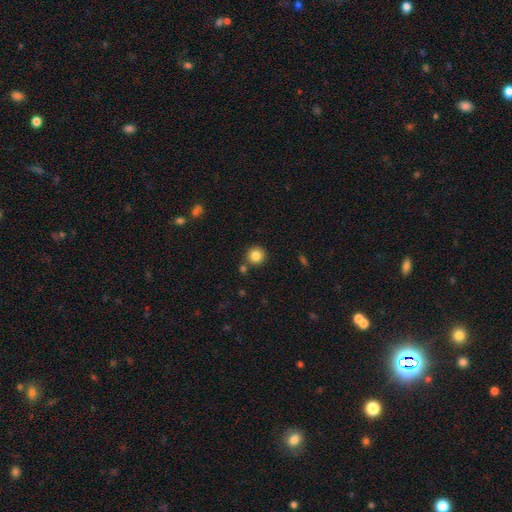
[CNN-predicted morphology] A smooth galaxy with no disk features (84%) that is round (93%). Merging: none (82%).